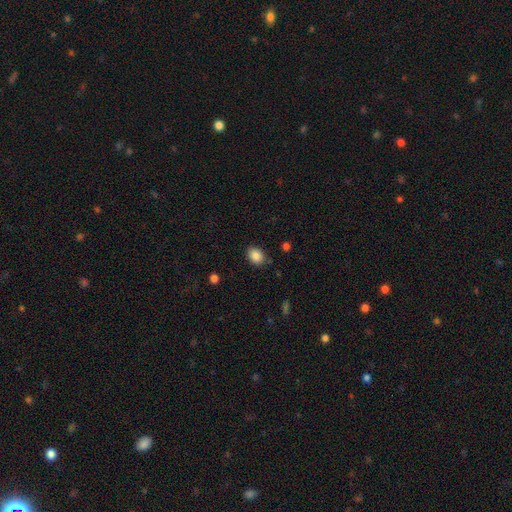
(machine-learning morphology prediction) Smooth or featured?
  - smooth: 86% *
  - star or artifact: 9%
  - featured or disk: 5%
How rounded?
  - in between: 64% *
  - round: 35%
  - cigar-shaped: 1%
Merging?
  - none: 84% *
  - minor disturbance: 11%
  - major disturbance: 3%
  - merger: 2%